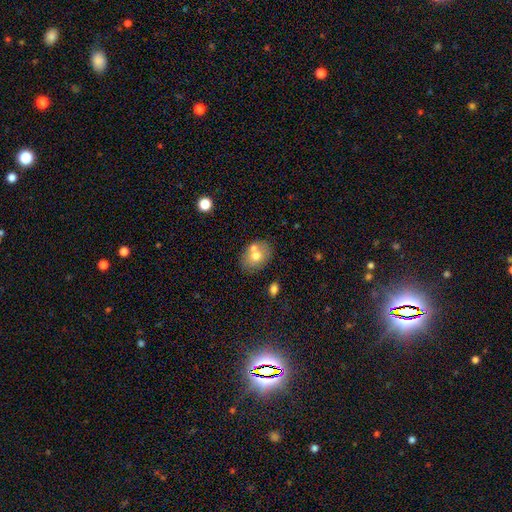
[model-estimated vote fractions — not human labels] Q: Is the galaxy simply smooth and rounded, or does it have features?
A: smooth — 68%.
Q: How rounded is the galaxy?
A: in between — 65%.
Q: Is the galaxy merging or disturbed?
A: none — 60%.